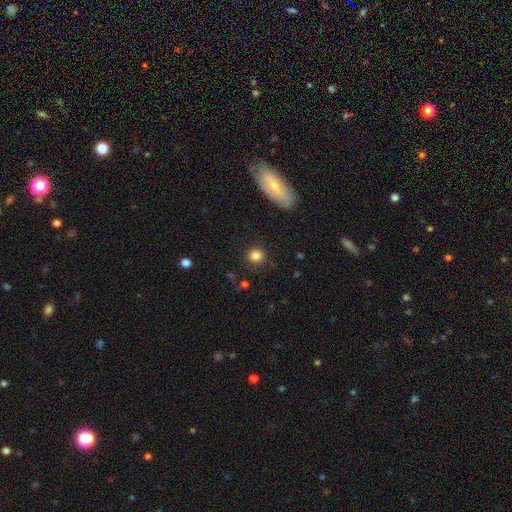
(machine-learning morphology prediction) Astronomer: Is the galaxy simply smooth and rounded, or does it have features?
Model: smooth — 84%.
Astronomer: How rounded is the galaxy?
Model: round — 87%.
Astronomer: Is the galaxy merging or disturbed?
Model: none — 88%.